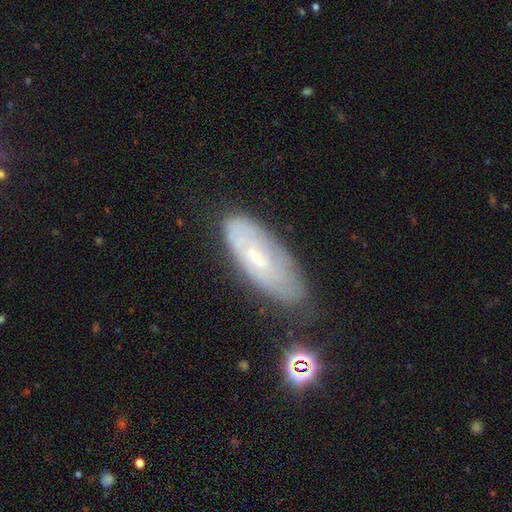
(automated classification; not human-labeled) A featured or disk galaxy (52%). Merging: none (60%).